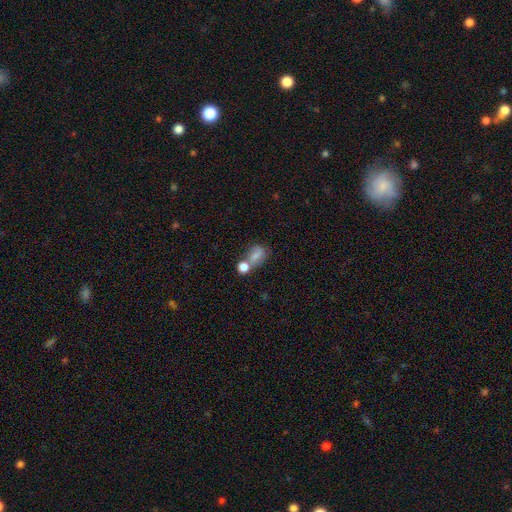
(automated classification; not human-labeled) Overall: smooth (71%). How rounded: in between (65%; round 32%). Merging: merger (41%; none 33%).